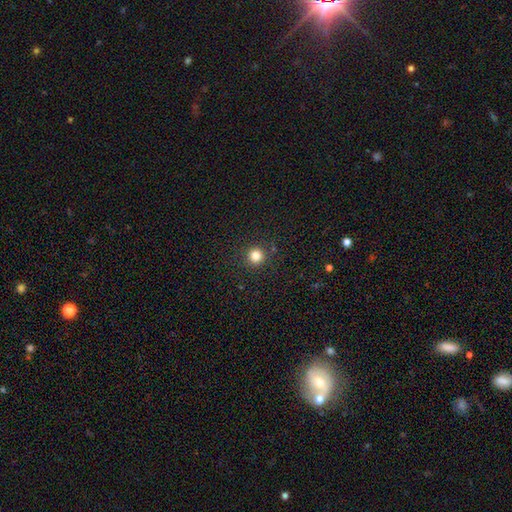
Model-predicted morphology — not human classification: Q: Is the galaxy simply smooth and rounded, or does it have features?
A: smooth — 83%.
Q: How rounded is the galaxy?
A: round — 94%.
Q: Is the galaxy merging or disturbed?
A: none — 90%.